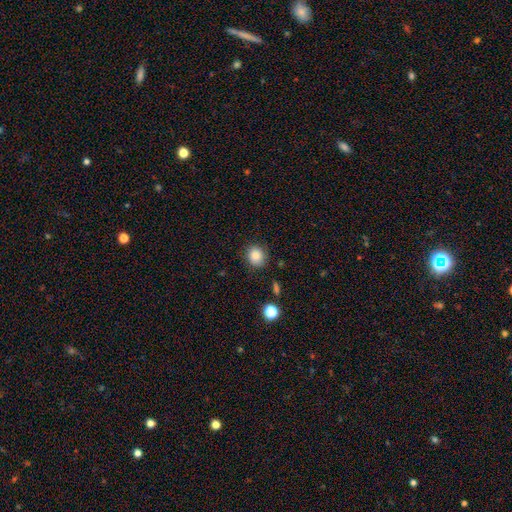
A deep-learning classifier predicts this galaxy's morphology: Q: Smooth or featured?
A: smooth (84%); runner-up: star or artifact (10%)
Q: How rounded?
A: round (77%); runner-up: in between (22%)
Q: Merging?
A: none (84%); runner-up: minor disturbance (11%)